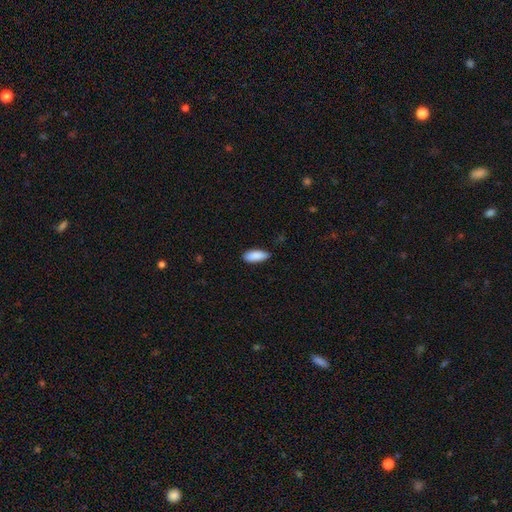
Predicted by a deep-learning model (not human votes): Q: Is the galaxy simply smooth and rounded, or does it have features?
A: smooth — 90%.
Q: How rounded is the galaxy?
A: in between — 80%.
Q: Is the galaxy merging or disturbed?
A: none — 84%.